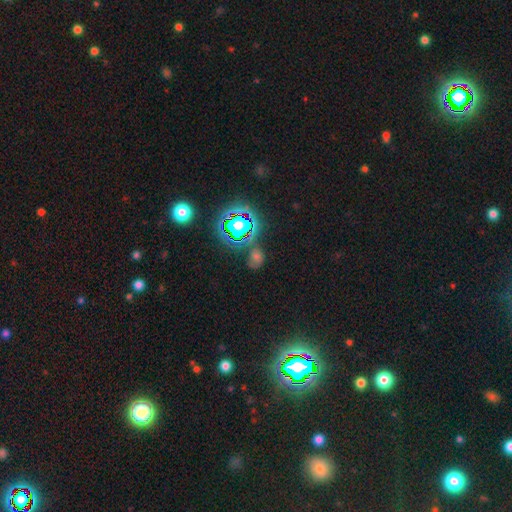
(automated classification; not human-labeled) This appears to be a star or artifact, not a galaxy (54%).